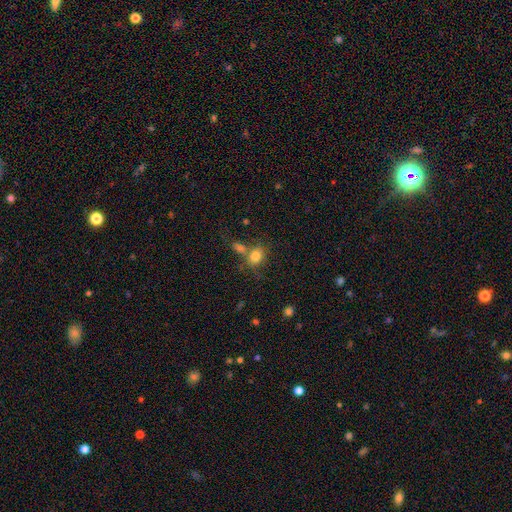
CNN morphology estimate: type=smooth (80%); roundness=in between (53%); merging=none (48%).